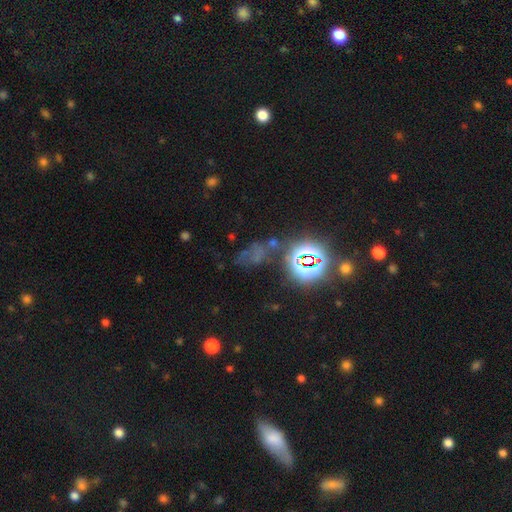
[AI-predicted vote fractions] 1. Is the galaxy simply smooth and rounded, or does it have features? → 57% star or artifact, 27% smooth, 16% featured or disk.